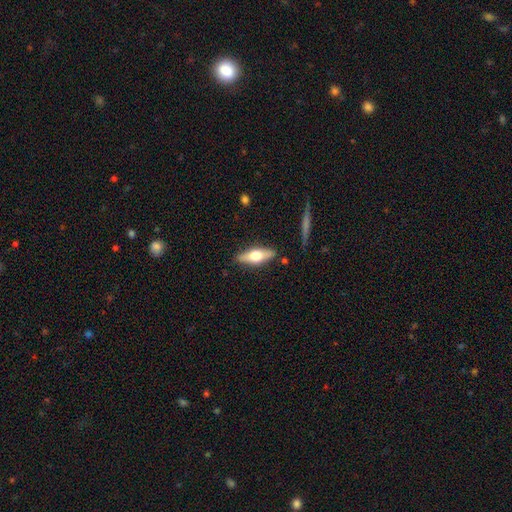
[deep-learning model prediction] A featured or disk galaxy (50%) viewed edge-on (90%). Merging: none (85%).